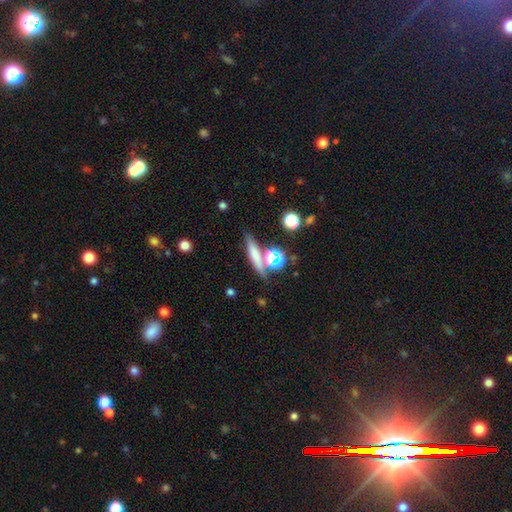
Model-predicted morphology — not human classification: Q: Smooth or featured?
A: smooth (62%); runner-up: featured or disk (24%)
Q: How rounded?
A: cigar-shaped (75%); runner-up: in between (15%)
Q: Merging?
A: none (71%); runner-up: merger (14%)